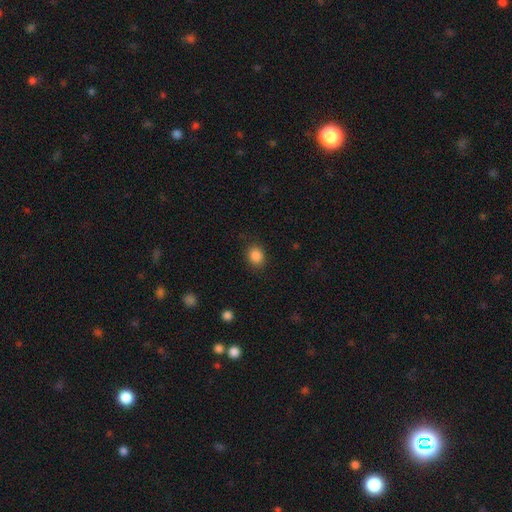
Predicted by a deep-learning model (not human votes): Smooth or featured: smooth — 86% (star or artifact — 10%)
How rounded: round — 55% (in between — 44%)
Merging: none — 85% (minor disturbance — 10%)